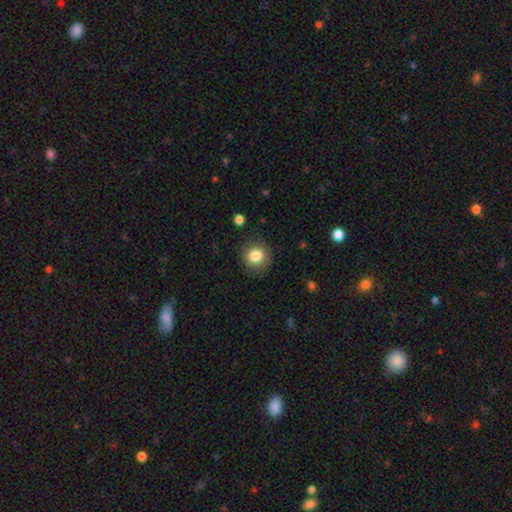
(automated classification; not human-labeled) Smooth or featured? smooth (84%)
How rounded? round (87%)
Merging? none (86%)